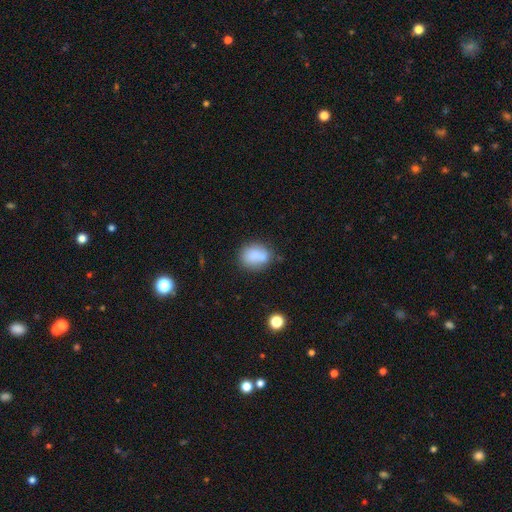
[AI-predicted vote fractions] A smooth galaxy with no disk features (81%) that is in between round and cigar-shaped (55%). Merging: none (63%).